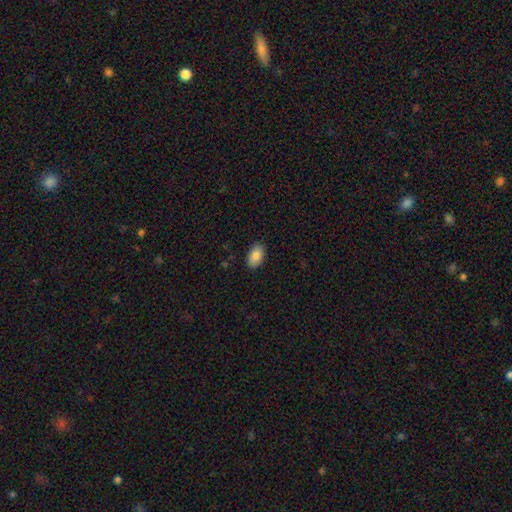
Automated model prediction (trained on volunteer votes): This is clearly a smooth galaxy (86%). How rounded: clearly in between (93%). Merging: clearly none (88%).